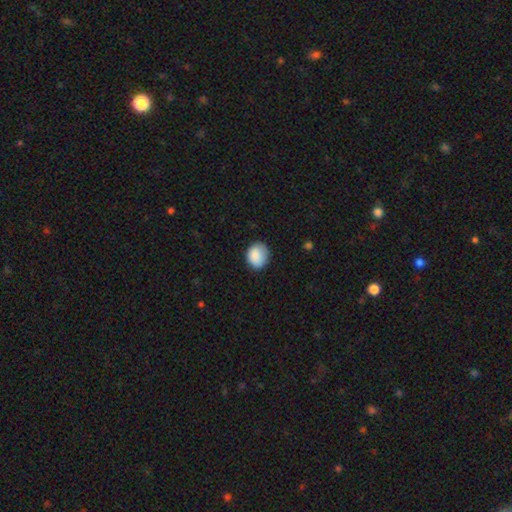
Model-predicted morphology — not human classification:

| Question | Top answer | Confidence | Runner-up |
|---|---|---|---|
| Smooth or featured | smooth | 87% | star or artifact (8%) |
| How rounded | round | 62% | in between (37%) |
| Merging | none | 75% | minor disturbance (20%) |